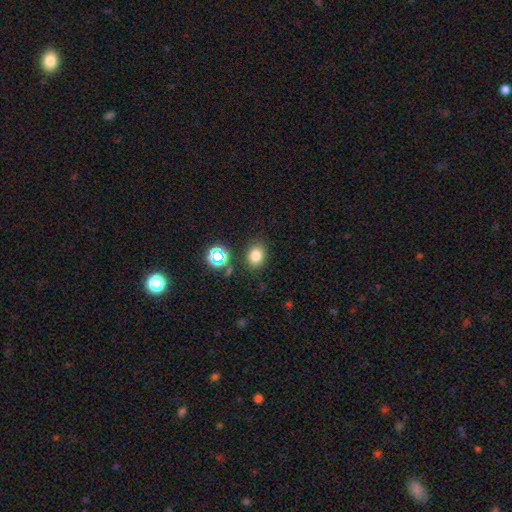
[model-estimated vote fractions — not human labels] Overall: smooth (77%). How rounded: in between (56%; round 43%). Merging: none (82%).